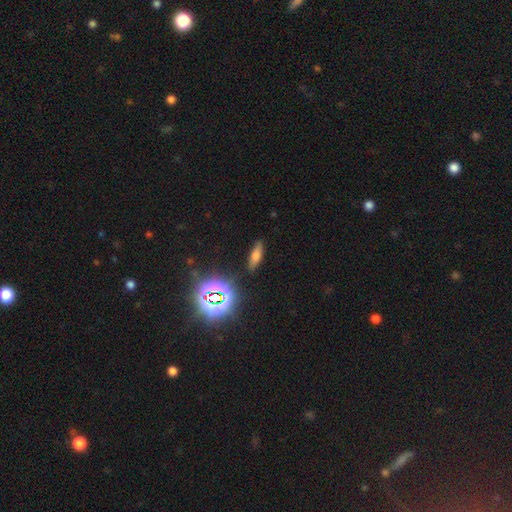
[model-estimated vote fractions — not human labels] A smooth galaxy with no disk features (60%) that is cigar-shaped (51%).

Vote fractions:
- Smooth or featured? smooth: 60% / star or artifact: 20% / featured or disk: 20%
- How rounded? cigar-shaped: 51% / in between: 45% / round: 5%
- Merging? none: 85% / minor disturbance: 10% / major disturbance: 3% / merger: 2%